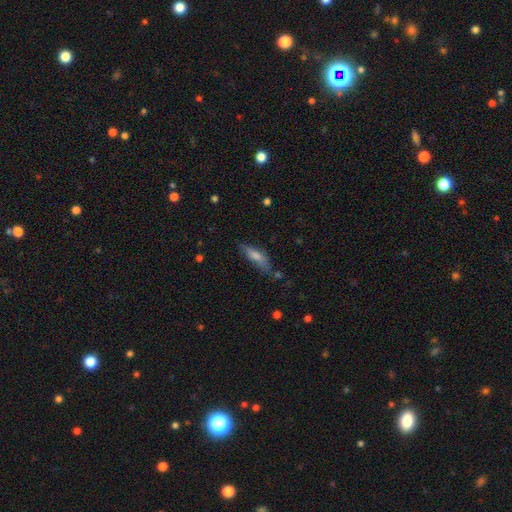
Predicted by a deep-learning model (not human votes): The model was most divided on "smooth or featured": smooth: 58%, featured or disk: 33%, star or artifact: 9%. More confident: merging — none (67%); how rounded — cigar-shaped (64%).